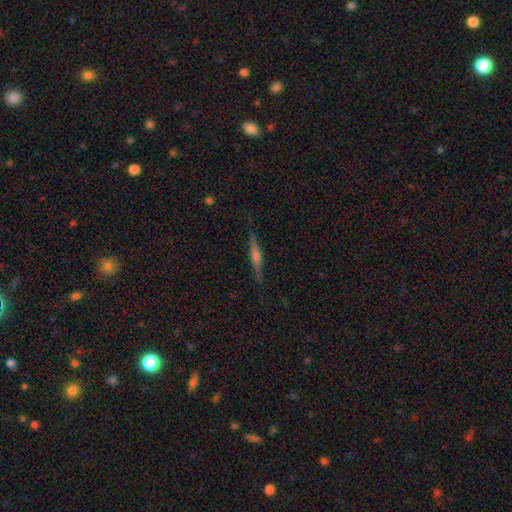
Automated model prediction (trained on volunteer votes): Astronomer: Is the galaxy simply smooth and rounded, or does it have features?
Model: featured or disk — 69%.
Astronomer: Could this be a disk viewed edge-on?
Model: yes — 97%.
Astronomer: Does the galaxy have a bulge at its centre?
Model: rounded — 75%.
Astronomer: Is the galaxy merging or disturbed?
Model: none — 88%.